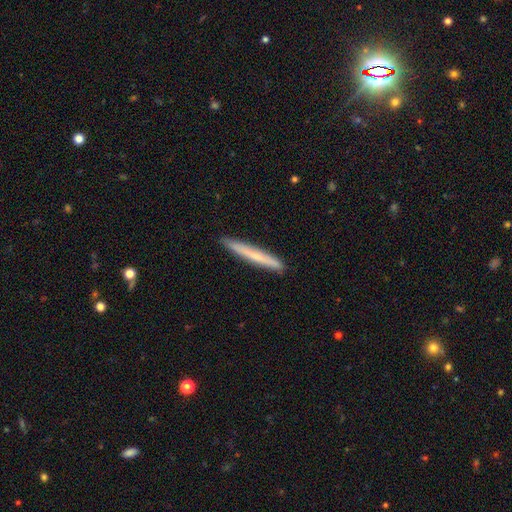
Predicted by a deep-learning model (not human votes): Smooth or featured? Predicted: smooth (p=0.57). How rounded? Predicted: cigar-shaped (p=0.96). Merging? Predicted: none (p=0.89).